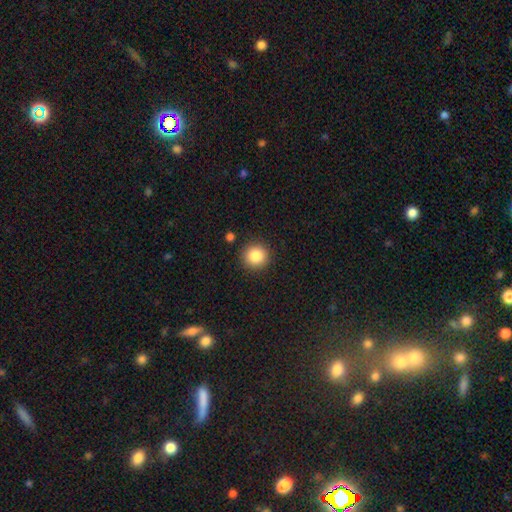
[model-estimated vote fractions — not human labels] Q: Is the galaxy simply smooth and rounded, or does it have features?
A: smooth — 85%.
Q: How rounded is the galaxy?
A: round — 93%.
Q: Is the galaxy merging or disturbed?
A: none — 90%.